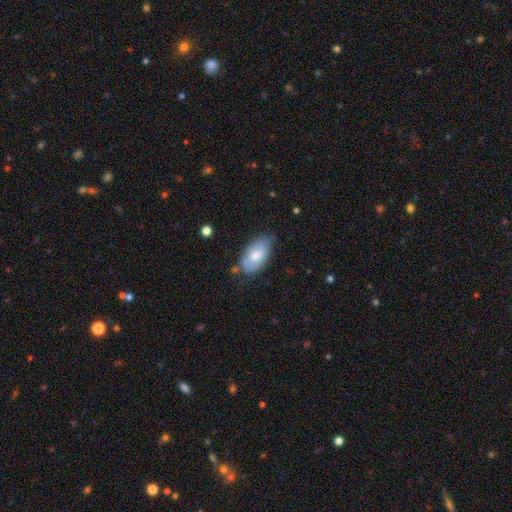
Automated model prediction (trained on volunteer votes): smooth 71%, featured or disk 23%, star or artifact 6%. Down the decision tree: how rounded — in between (94%); merging — none (63%).